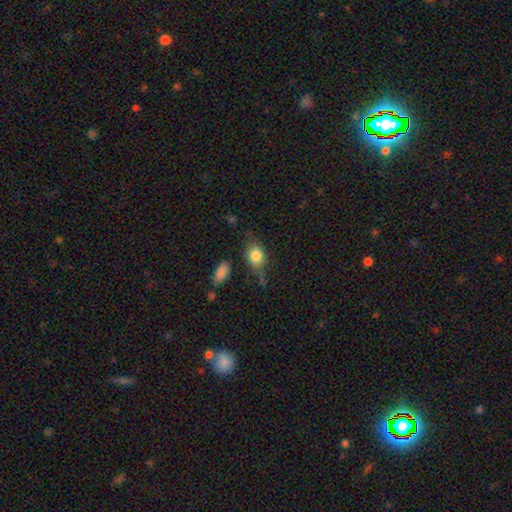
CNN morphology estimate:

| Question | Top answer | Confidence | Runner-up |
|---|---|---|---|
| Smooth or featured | smooth | 82% | featured or disk (10%) |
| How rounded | in between | 63% | round (35%) |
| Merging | none | 61% | minor disturbance (24%) |